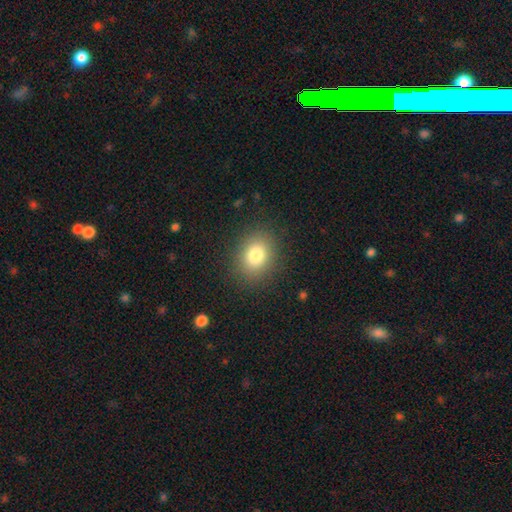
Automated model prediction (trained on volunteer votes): Smooth or featured?
  - smooth: 81% *
  - star or artifact: 11%
  - featured or disk: 8%
How rounded?
  - in between: 51% *
  - round: 49%
  - cigar-shaped: 1%
Merging?
  - none: 87% *
  - minor disturbance: 9%
  - major disturbance: 4%
  - merger: 1%